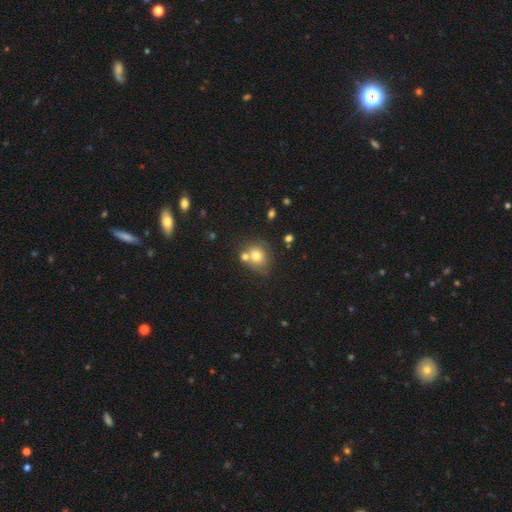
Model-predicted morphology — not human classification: Smooth or featured? smooth (74%)
How rounded? round (75%)
Merging? none (51%)